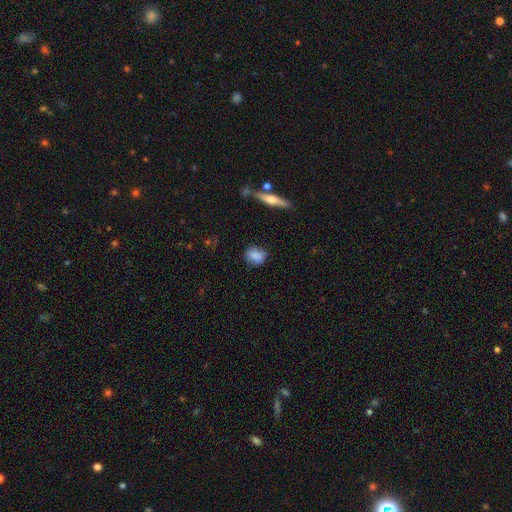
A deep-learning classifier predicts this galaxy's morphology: Smooth or featured? Predicted: smooth (p=0.83). How rounded? Predicted: round (p=0.49). Merging? Predicted: none (p=0.80).